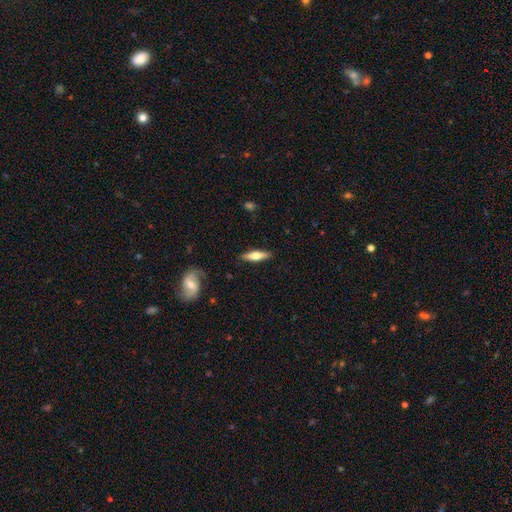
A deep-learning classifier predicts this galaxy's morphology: The model was most divided on "smooth or featured": smooth: 50%, featured or disk: 45%, star or artifact: 6%. More confident: merging — none (87%).